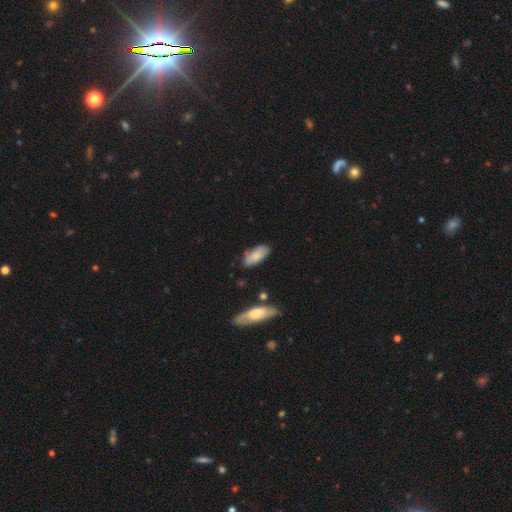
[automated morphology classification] Smooth or featured: smooth — 79% (featured or disk — 15%)
How rounded: in between — 86% (cigar-shaped — 12%)
Merging: none — 75% (minor disturbance — 18%)